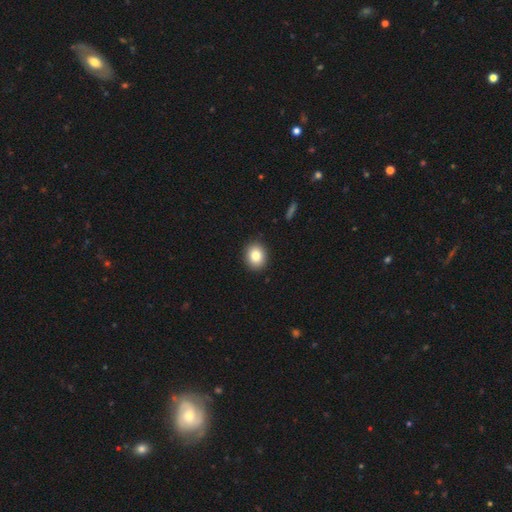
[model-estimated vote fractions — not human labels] smooth-or-featured: smooth: 83% | star or artifact: 9% | featured or disk: 8%
  how-rounded: round: 63% | in between: 36% | cigar-shaped: 1%
  merging: none: 91% | minor disturbance: 6% | major disturbance: 2% | merger: 1%